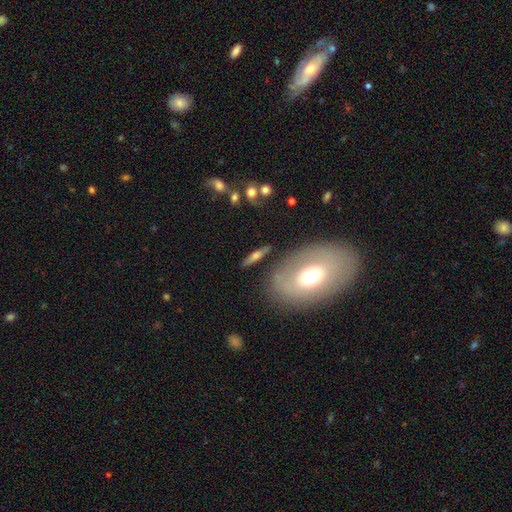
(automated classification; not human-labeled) Q: Smooth or featured?
A: smooth (47%); runner-up: featured or disk (44%)
Q: Merging?
A: none (82%); runner-up: minor disturbance (10%)